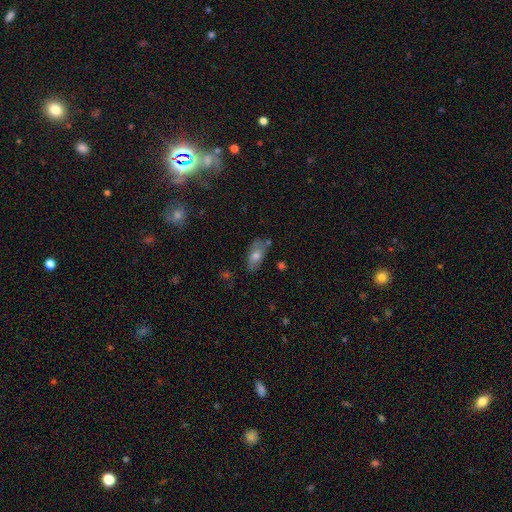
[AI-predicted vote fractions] smooth 67%, featured or disk 25%, star or artifact 8%. Down the decision tree: how rounded — in between (86%); merging — none (69%).